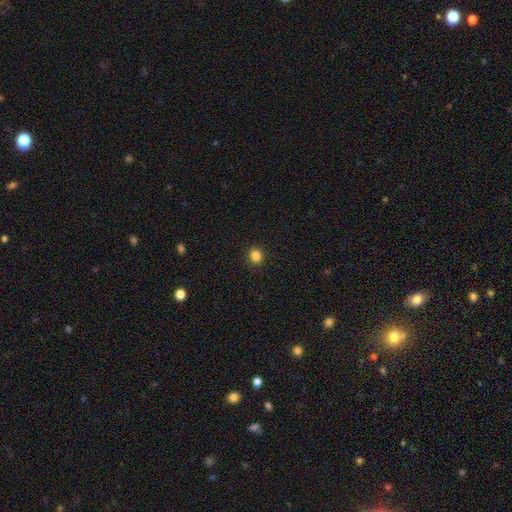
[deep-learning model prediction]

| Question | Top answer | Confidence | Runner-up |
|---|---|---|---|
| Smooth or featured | smooth | 84% | star or artifact (12%) |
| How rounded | round | 81% | in between (18%) |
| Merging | none | 92% | minor disturbance (6%) |